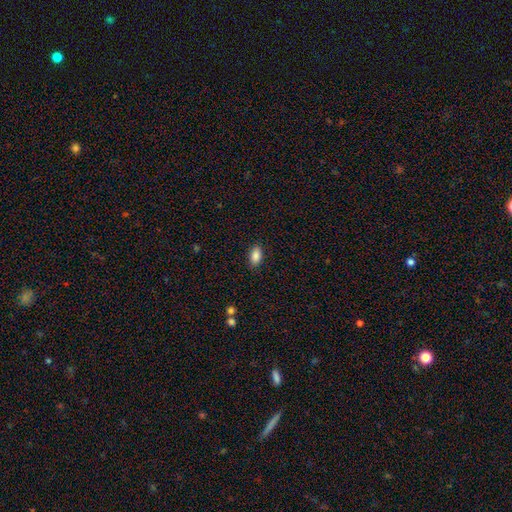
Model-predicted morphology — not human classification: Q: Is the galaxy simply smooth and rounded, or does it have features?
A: smooth — 88%.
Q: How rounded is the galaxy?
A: in between — 92%.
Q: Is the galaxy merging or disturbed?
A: none — 87%.